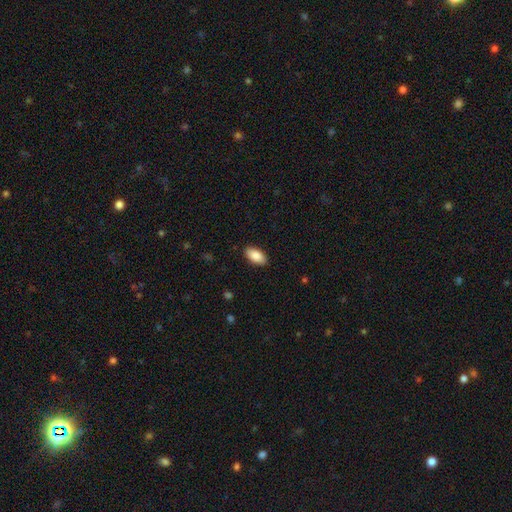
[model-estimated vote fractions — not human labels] A smooth galaxy with no disk features (87%) that is in between round and cigar-shaped (94%).

Vote fractions:
- Smooth or featured? smooth: 87% / featured or disk: 7% / star or artifact: 6%
- How rounded? in between: 94% / cigar-shaped: 4% / round: 2%
- Merging? none: 89% / minor disturbance: 8% / major disturbance: 2% / merger: 1%